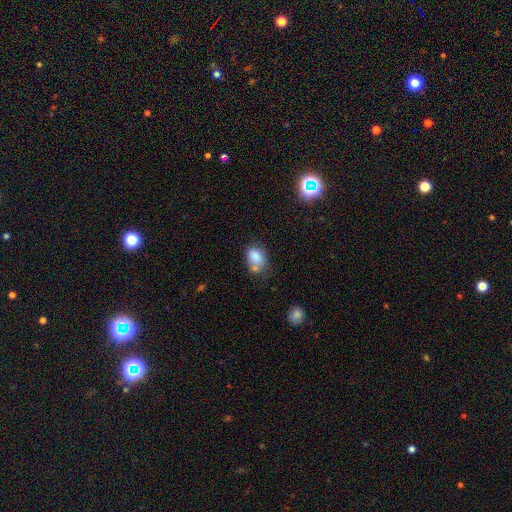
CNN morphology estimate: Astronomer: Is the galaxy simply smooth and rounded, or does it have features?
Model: smooth — 79%.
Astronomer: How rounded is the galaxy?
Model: in between — 72%.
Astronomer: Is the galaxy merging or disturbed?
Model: none — 44% (runner-up: merger, 29%).